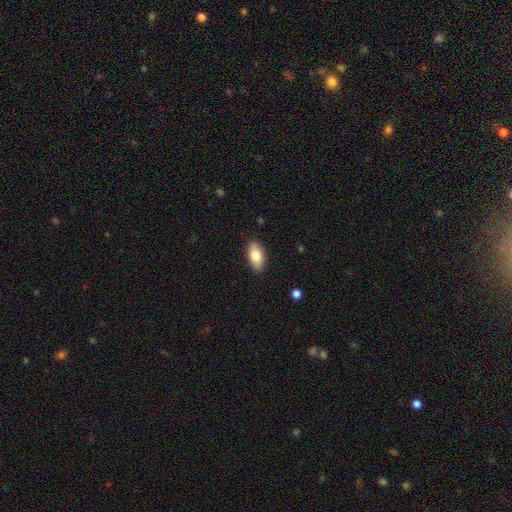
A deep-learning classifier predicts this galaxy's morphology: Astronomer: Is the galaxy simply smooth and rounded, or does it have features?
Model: smooth — 79%.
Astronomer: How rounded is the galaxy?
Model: in between — 93%.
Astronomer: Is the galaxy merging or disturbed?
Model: none — 88%.